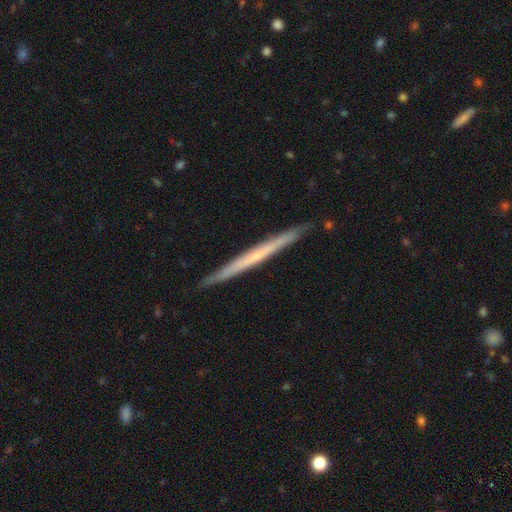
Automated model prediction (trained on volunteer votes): This is likely a featured or disk galaxy (61%). It is clearly viewed edge-on (97%). Edge-on bulge: likely none (78%). Merging: clearly none (91%).